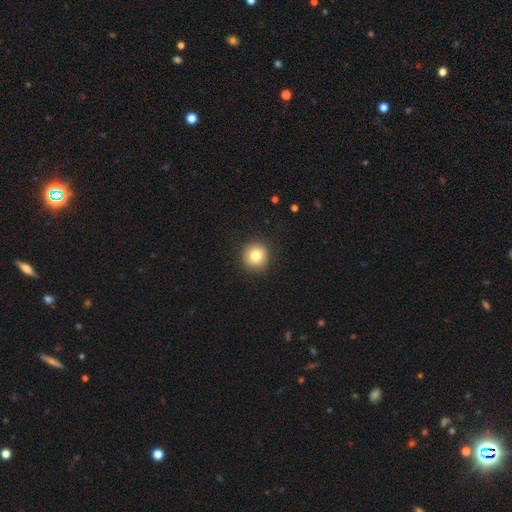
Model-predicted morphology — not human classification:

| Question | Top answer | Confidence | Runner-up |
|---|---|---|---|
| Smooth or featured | smooth | 81% | star or artifact (10%) |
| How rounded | round | 92% | in between (7%) |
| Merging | none | 91% | minor disturbance (6%) |